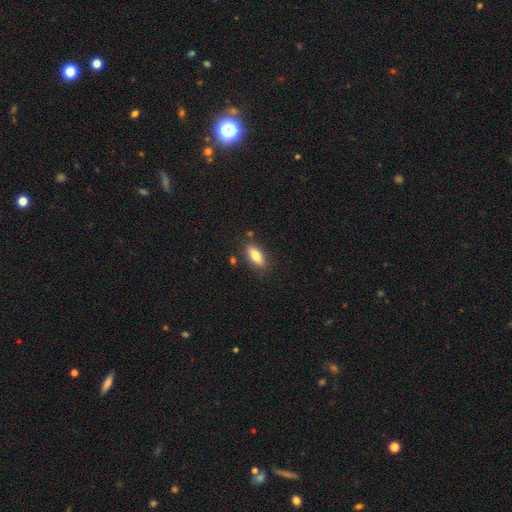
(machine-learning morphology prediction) A smooth galaxy with no disk features (80%) that is in between round and cigar-shaped (84%).

Vote fractions:
- Smooth or featured? smooth: 80% / featured or disk: 13% / star or artifact: 7%
- How rounded? in between: 84% / cigar-shaped: 13% / round: 3%
- Merging? none: 84% / minor disturbance: 11% / merger: 3% / major disturbance: 2%